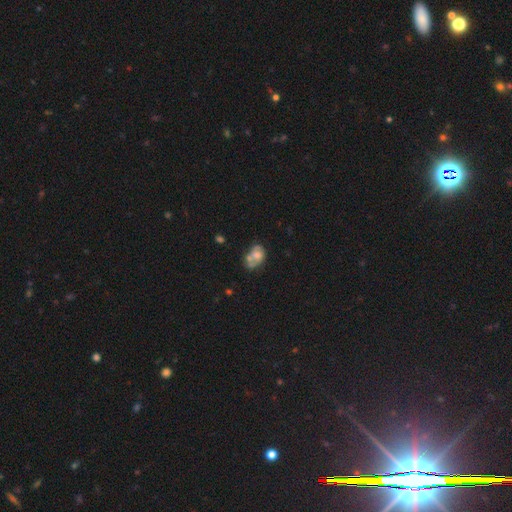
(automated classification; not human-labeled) A featured or disk galaxy (46%). Merging: merger (31%, tied with none).